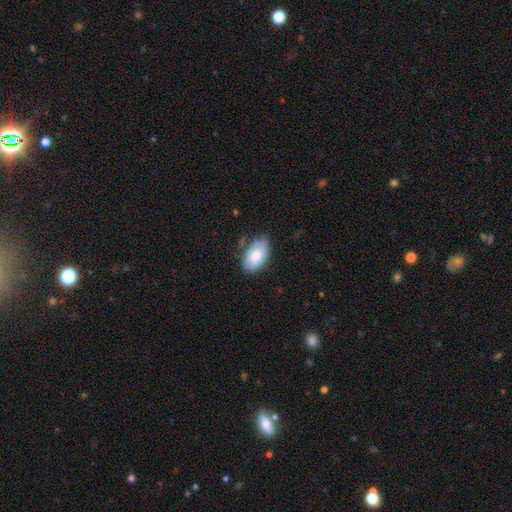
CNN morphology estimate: This is likely a smooth galaxy (77%). How rounded: clearly in between (94%). Merging: likely none (67%).